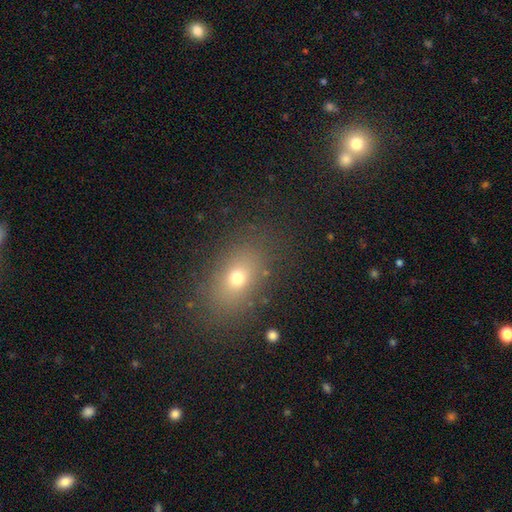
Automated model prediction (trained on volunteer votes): Smooth or featured? smooth (63%)
How rounded? in between (73%)
Merging? none (85%)